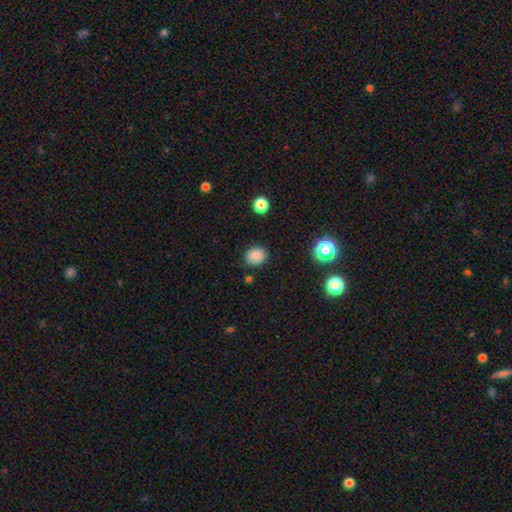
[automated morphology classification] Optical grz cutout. It shows a smooth galaxy with no disk features (83%) that is round (71%). Merging: none (86%).